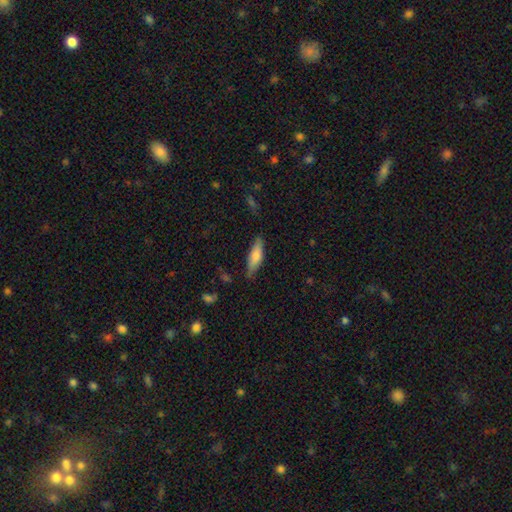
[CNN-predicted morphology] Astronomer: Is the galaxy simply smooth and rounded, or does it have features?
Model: smooth — 70%.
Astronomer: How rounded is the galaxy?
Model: cigar-shaped — 56% (runner-up: in between, 42%).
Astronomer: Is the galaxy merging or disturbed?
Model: none — 81%.